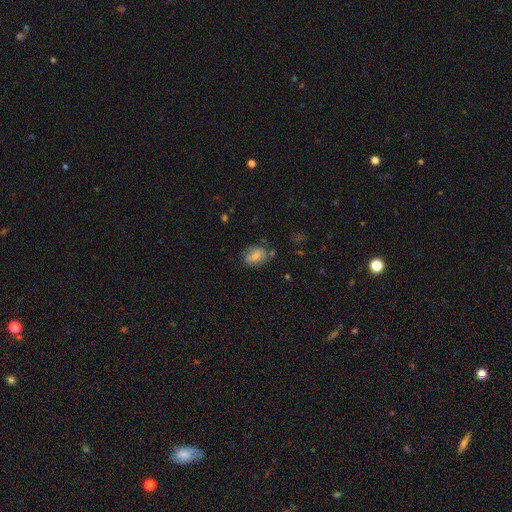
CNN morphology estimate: Q: Smooth or featured?
A: smooth (72%); runner-up: featured or disk (20%)
Q: How rounded?
A: in between (76%); runner-up: round (22%)
Q: Merging?
A: none (62%); runner-up: minor disturbance (25%)